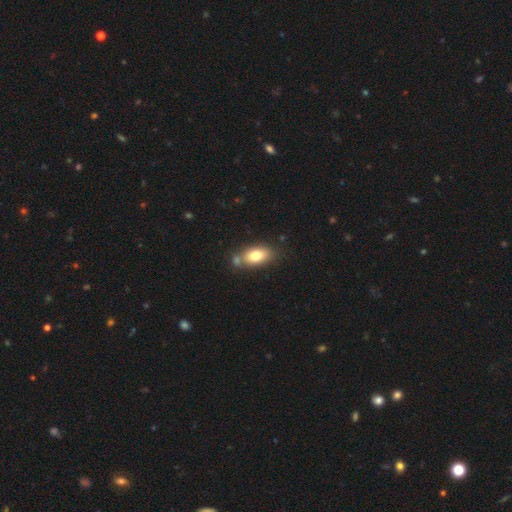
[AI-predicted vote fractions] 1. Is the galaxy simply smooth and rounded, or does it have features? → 77% smooth, 15% featured or disk, 8% star or artifact.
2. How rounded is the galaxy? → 88% in between, 8% round, 4% cigar-shaped.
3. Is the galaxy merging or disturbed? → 57% none, 23% merger, 15% minor disturbance, 4% major disturbance.